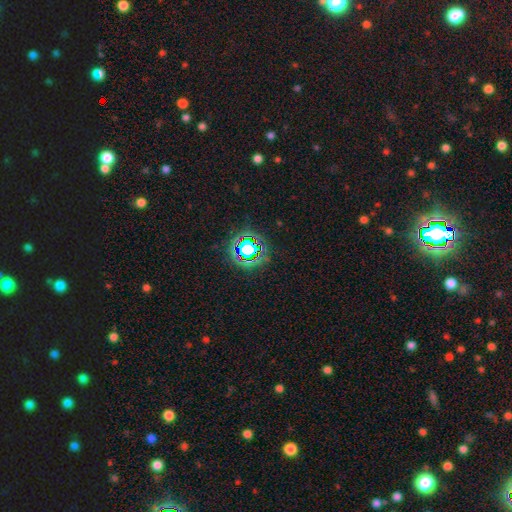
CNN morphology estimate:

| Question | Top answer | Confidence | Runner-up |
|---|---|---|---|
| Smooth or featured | star or artifact | 77% | smooth (15%) |